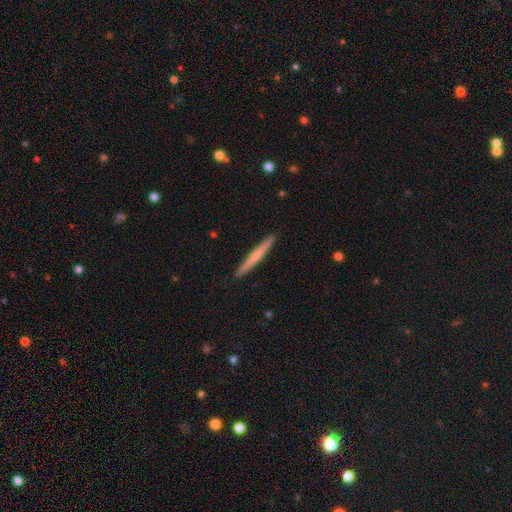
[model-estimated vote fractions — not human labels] Smooth or featured? Predicted: smooth (p=0.49). Merging? Predicted: none (p=0.92).